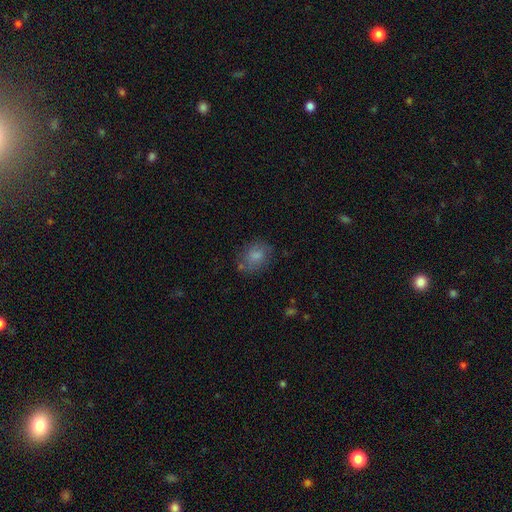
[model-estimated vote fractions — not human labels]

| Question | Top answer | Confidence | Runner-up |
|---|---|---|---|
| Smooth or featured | smooth | 72% | featured or disk (19%) |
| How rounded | in between | 58% | round (41%) |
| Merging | none | 64% | minor disturbance (22%) |